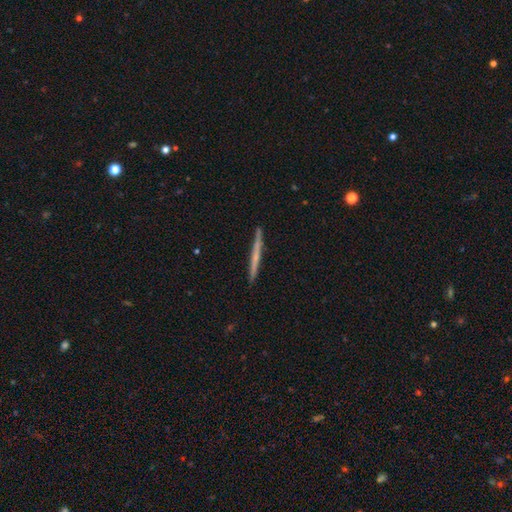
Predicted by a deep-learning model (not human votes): Smooth or featured: smooth — 48% (featured or disk — 47%)
Merging: none — 92% (minor disturbance — 6%)